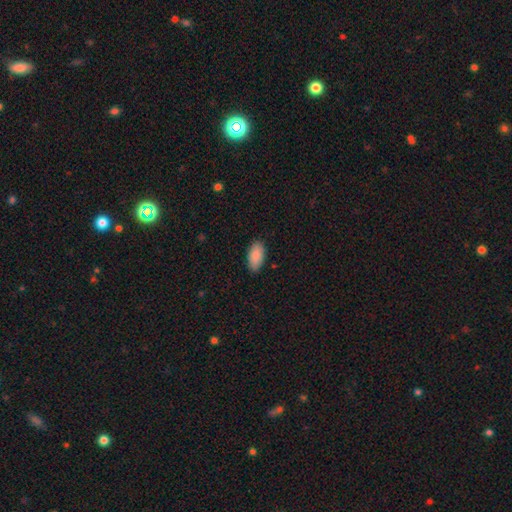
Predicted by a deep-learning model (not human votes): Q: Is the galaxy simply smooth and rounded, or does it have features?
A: smooth — 90%.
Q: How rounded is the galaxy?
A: in between — 93%.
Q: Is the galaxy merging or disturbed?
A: none — 86%.